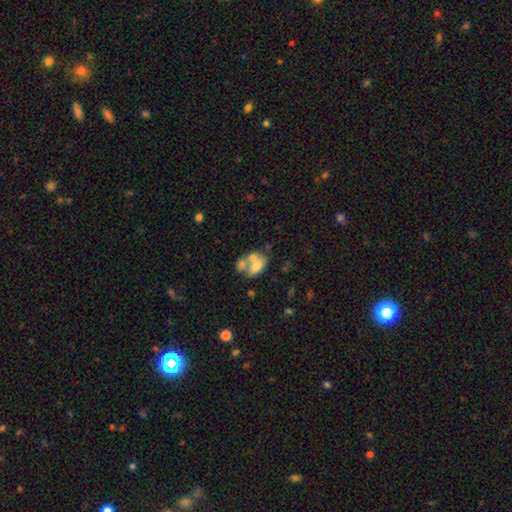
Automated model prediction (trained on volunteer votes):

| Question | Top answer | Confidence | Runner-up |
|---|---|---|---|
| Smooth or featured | smooth | 43% | featured or disk (38%) |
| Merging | merger | 53% | none (29%) |